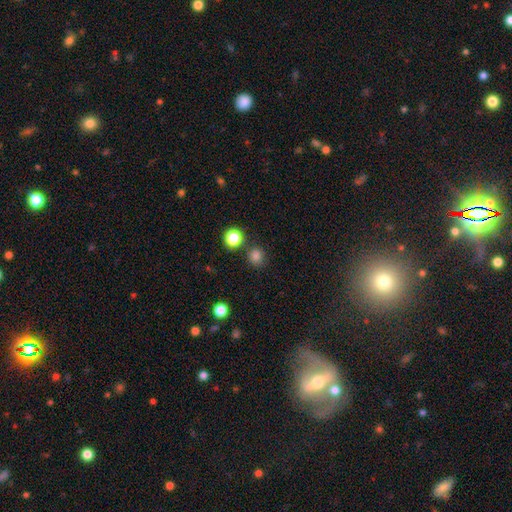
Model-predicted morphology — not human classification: Smooth or featured: smooth — 80% (star or artifact — 16%)
How rounded: round — 88% (in between — 11%)
Merging: none — 82% (minor disturbance — 8%)